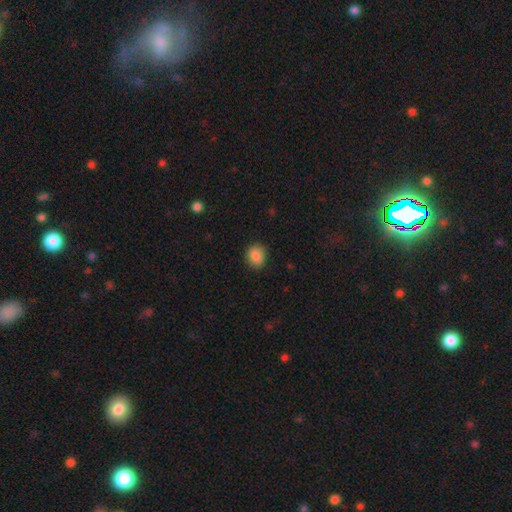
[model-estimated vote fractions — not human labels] Smooth or featured: smooth — 87% (star or artifact — 9%)
How rounded: round — 66% (in between — 33%)
Merging: none — 86% (minor disturbance — 11%)